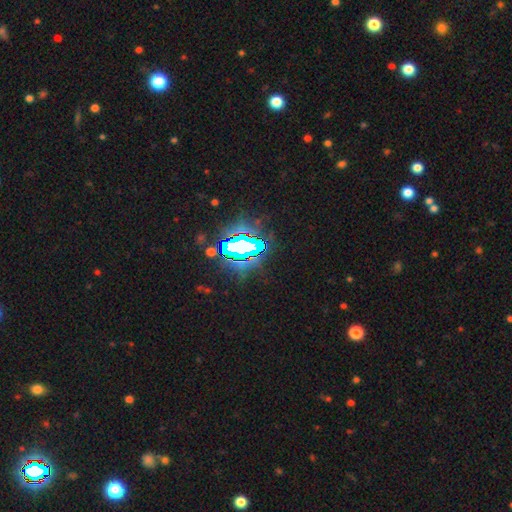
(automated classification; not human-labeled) Morphology: type=star or artifact (79%).